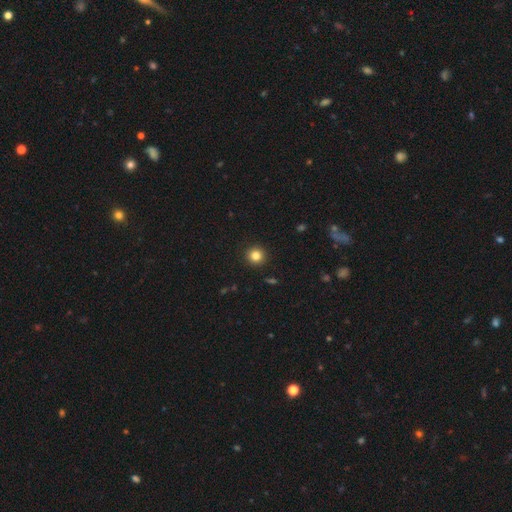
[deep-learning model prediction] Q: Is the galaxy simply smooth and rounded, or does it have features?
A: smooth — 82%.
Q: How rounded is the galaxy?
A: round — 95%.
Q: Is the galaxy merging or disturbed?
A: none — 93%.